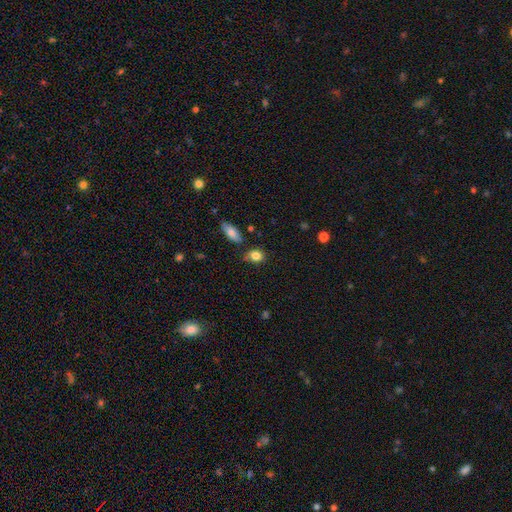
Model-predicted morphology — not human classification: smooth-or-featured: smooth: 84% | star or artifact: 9% | featured or disk: 7%
  how-rounded: in between: 52% | round: 46% | cigar-shaped: 2%
  merging: none: 65% | minor disturbance: 22% | merger: 7% | major disturbance: 5%